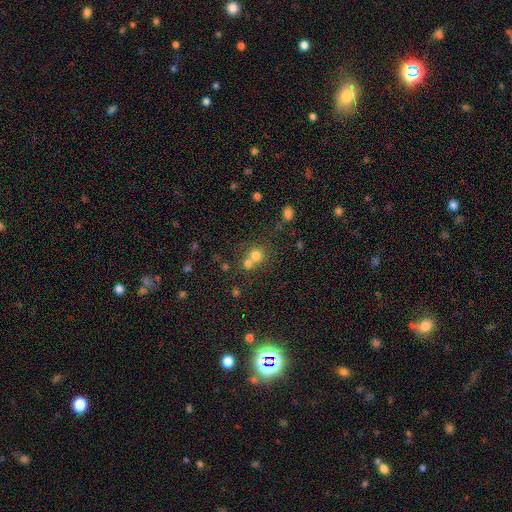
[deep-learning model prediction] This is likely a smooth galaxy (73%). How rounded: clearly round (84%). Merging: possibly merger (50%).